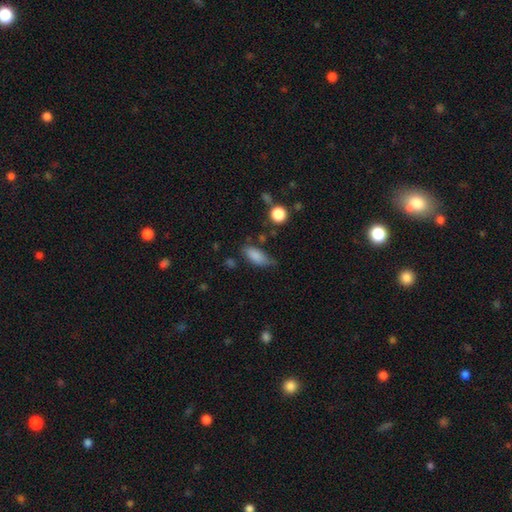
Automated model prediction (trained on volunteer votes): smooth_or_featured: smooth (p=0.83) [alt: star or artifact p=0.09]
how_rounded: in between (p=0.81) [alt: cigar-shaped p=0.16]
merging: none (p=0.57) [alt: minor disturbance p=0.31]